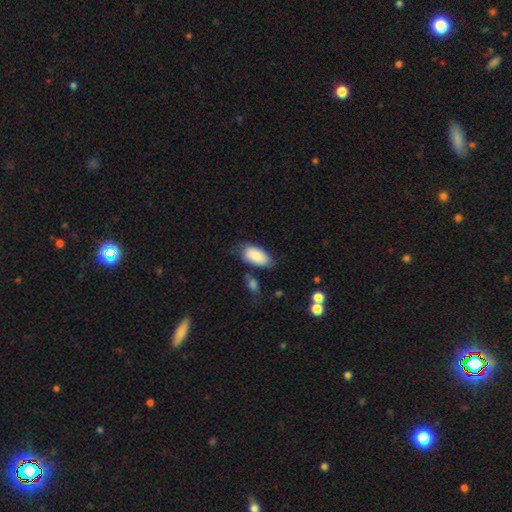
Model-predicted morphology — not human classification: Smooth or featured? Predicted: smooth (p=0.88). How rounded? Predicted: in between (p=0.94). Merging? Predicted: none (p=0.65).